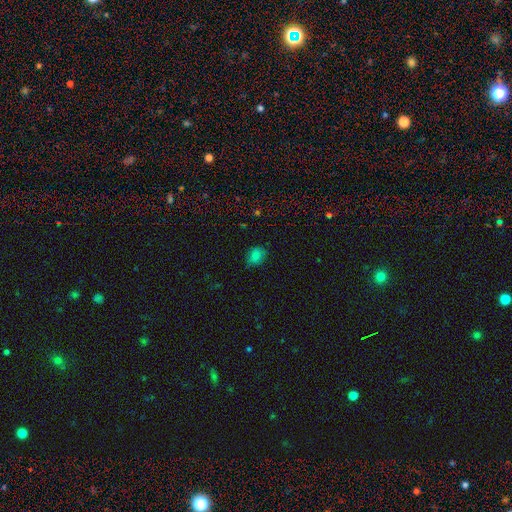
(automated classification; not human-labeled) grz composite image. It shows a smooth galaxy with no disk features (79%) that is in between round and cigar-shaped (60%). Merging: none (72%).